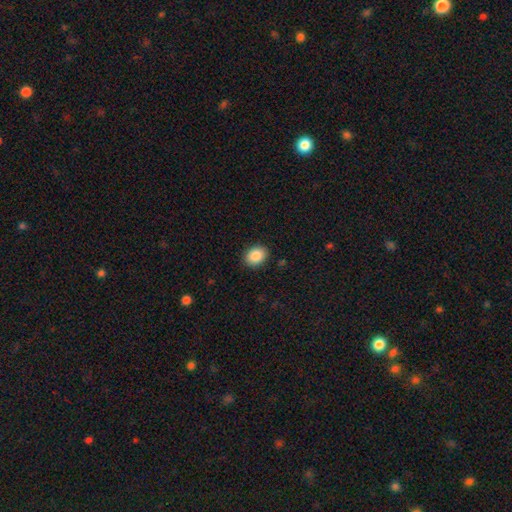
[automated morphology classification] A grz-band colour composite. It shows a smooth galaxy with no disk features (87%) that is in between round and cigar-shaped (60%). Merging: none (89%).